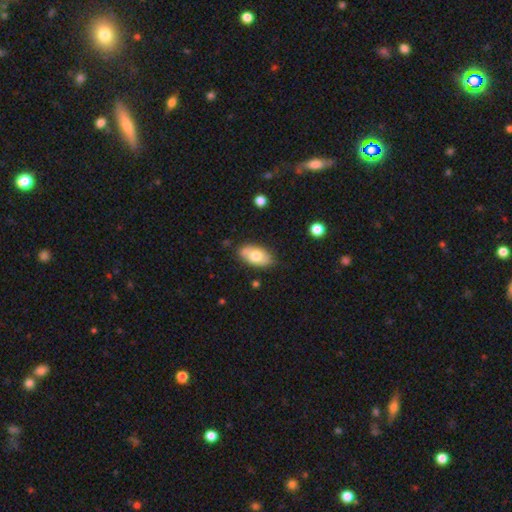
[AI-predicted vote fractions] This is likely a smooth galaxy (70%). How rounded: clearly in between (93%). Merging: likely none (75%).